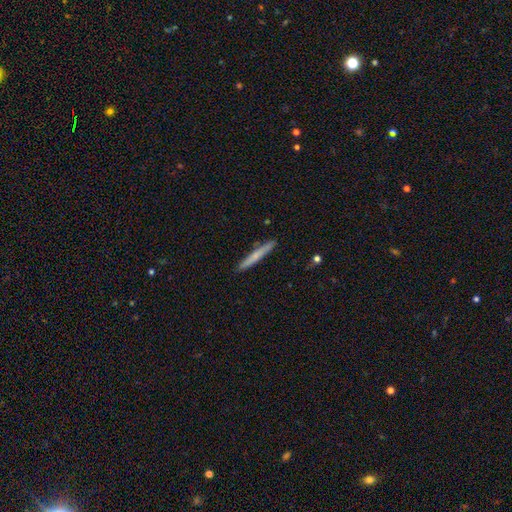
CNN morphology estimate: Smooth or featured: smooth — 61% (featured or disk — 33%)
How rounded: cigar-shaped — 96% (in between — 2%)
Merging: none — 90% (minor disturbance — 7%)